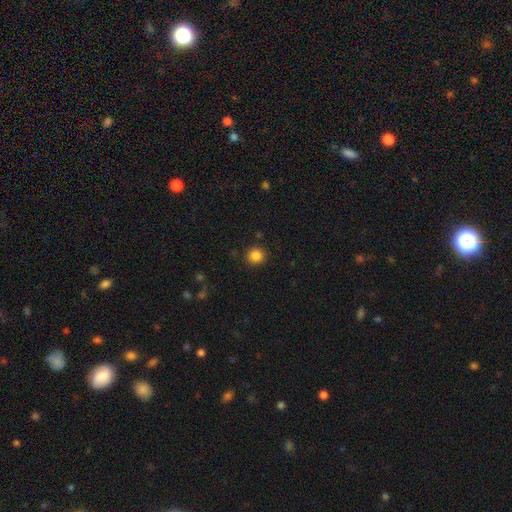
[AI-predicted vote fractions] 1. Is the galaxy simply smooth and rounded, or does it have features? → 85% smooth, 11% star or artifact, 4% featured or disk.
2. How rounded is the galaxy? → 93% round, 6% in between, 1% cigar-shaped.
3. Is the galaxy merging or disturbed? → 91% none, 6% minor disturbance, 2% major disturbance, 1% merger.